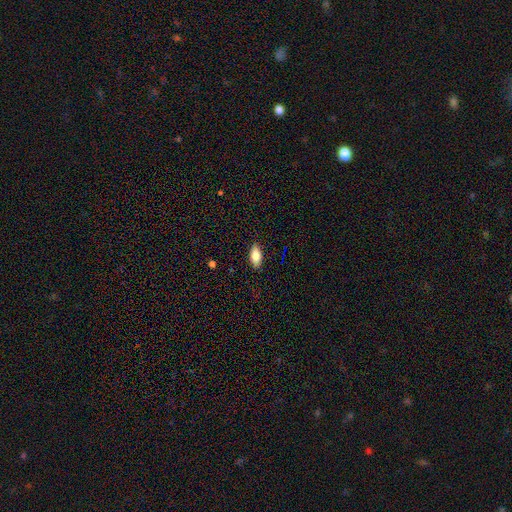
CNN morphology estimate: Smooth or featured?
  - smooth: 82% *
  - featured or disk: 11%
  - star or artifact: 7%
How rounded?
  - in between: 89% *
  - cigar-shaped: 8%
  - round: 3%
Merging?
  - none: 88% *
  - minor disturbance: 9%
  - major disturbance: 2%
  - merger: 1%